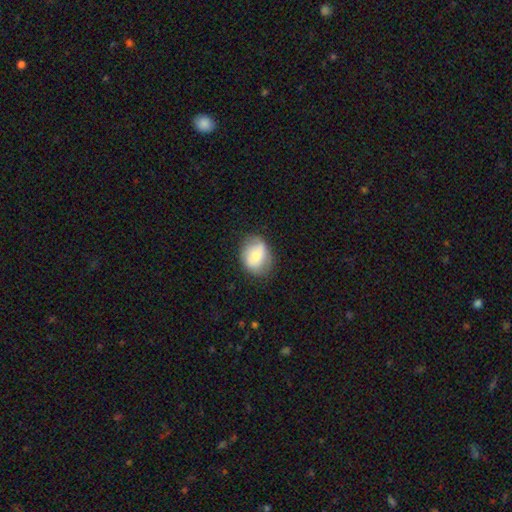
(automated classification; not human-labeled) smooth-or-featured: smooth: 60% | featured or disk: 33% | star or artifact: 8%
  how-rounded: in between: 50% | round: 49% | cigar-shaped: 1%
  merging: none: 73% | minor disturbance: 20% | major disturbance: 6% | merger: 1%